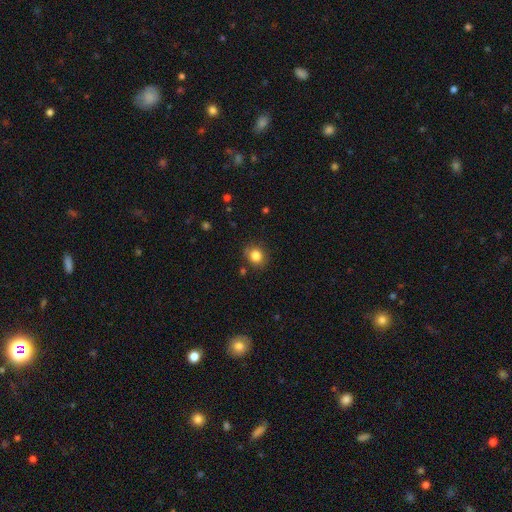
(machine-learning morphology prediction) This appears to be a smooth galaxy with no disk features (83%) that is round (72%). Merging: none (81%).